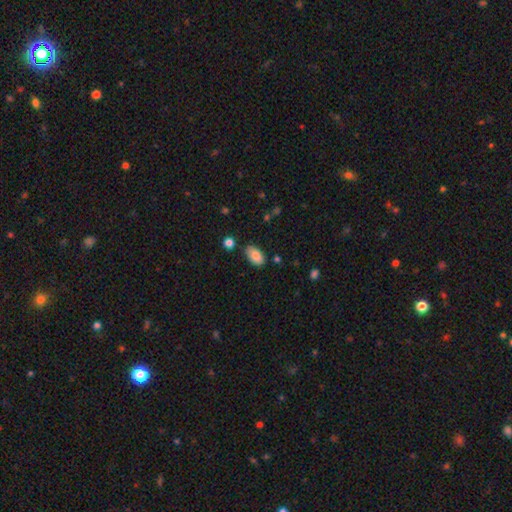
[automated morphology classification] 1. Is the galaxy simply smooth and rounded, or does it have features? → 86% smooth, 7% star or artifact, 7% featured or disk.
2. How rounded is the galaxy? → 94% in between, 4% round, 2% cigar-shaped.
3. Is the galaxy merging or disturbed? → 80% none, 14% minor disturbance, 3% merger, 3% major disturbance.